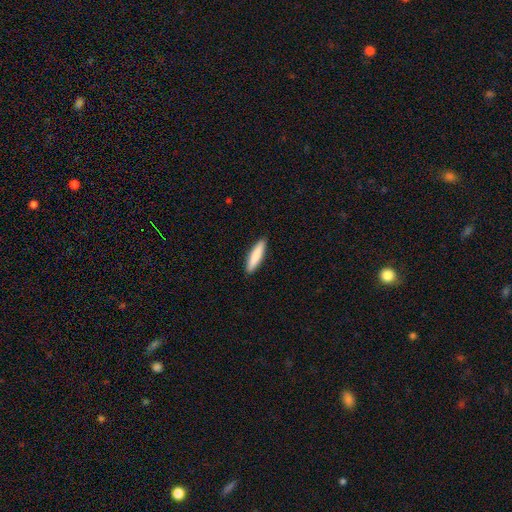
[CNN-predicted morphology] smooth 82%, featured or disk 13%, star or artifact 5%. Down the decision tree: how rounded — cigar-shaped (80%); merging — none (91%).